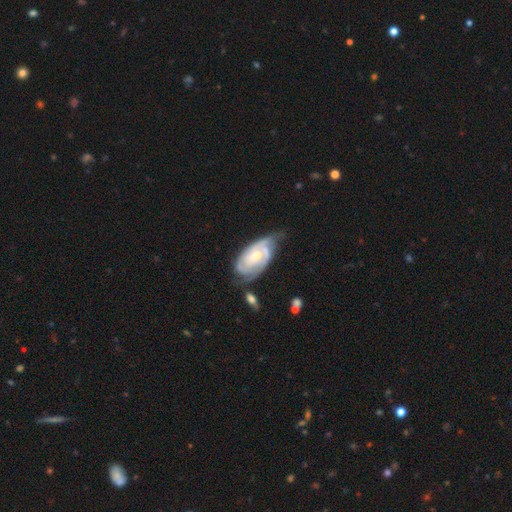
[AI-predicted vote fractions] This appears to be a featured or disk galaxy (80%) with no bar (66%), 2 (47%) tight (61%) spiral arms (94%) and a small central bulge (54%). Merging: none (47%).